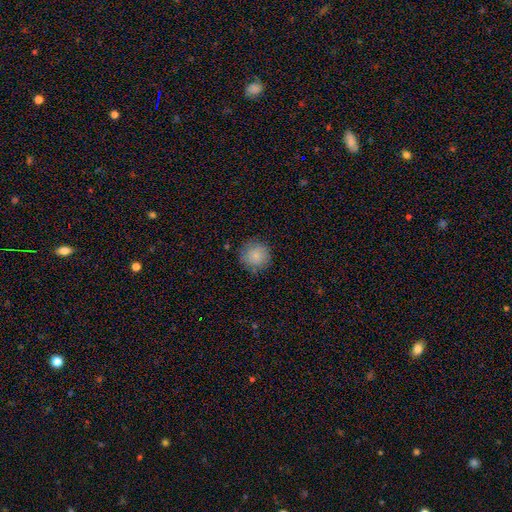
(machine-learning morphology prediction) A smooth galaxy with no disk features (84%) that is round (93%).

Vote fractions:
- Smooth or featured? smooth: 84% / star or artifact: 9% / featured or disk: 8%
- How rounded? round: 93% / in between: 6% / cigar-shaped: 1%
- Merging? none: 84% / minor disturbance: 12% / major disturbance: 3% / merger: 1%